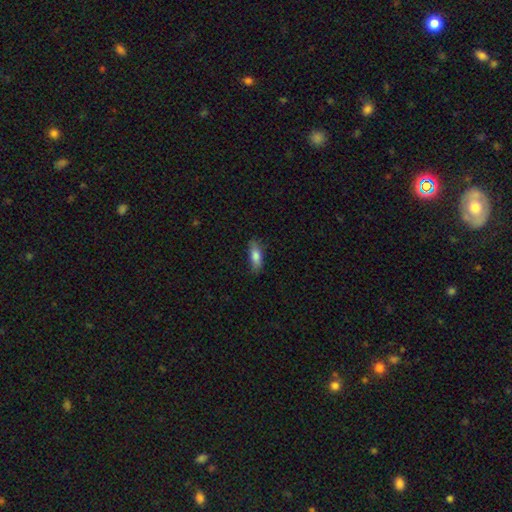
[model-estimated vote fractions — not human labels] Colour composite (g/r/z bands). It shows a smooth galaxy with no disk features (80%) that is in between round and cigar-shaped (65%). Merging: none (79%).